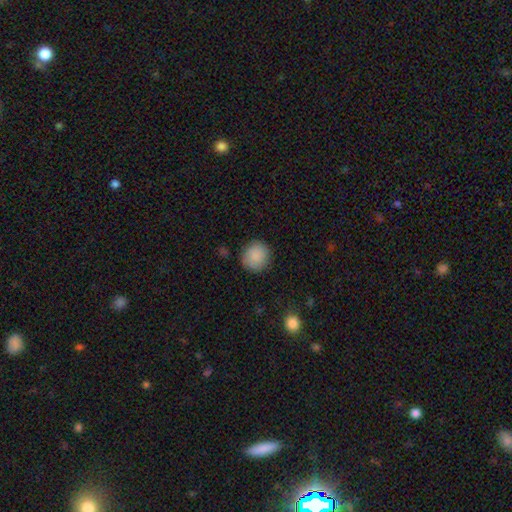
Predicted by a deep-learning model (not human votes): Smooth or featured? smooth (89%)
How rounded? round (92%)
Merging? none (87%)